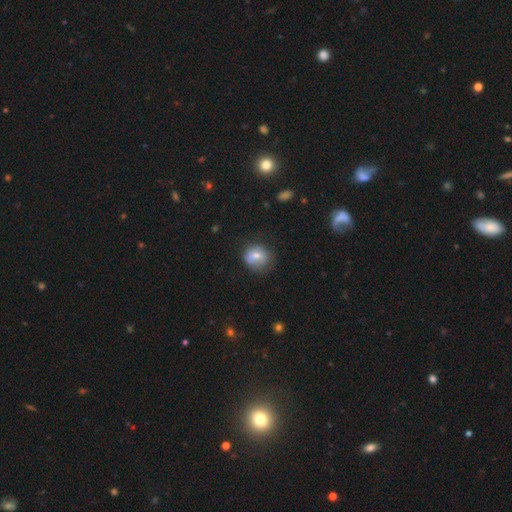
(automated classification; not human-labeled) Smooth or featured?
  - smooth: 67% *
  - featured or disk: 23%
  - star or artifact: 10%
How rounded?
  - round: 74% *
  - in between: 25%
  - cigar-shaped: 1%
Merging?
  - none: 66% *
  - minor disturbance: 23%
  - major disturbance: 9%
  - merger: 2%